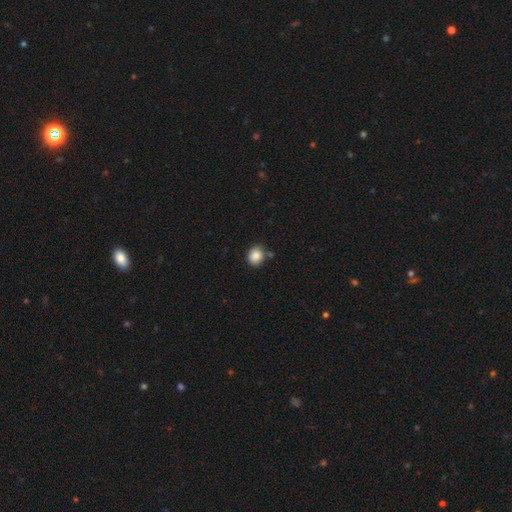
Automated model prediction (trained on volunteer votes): Smooth or featured? smooth (87%)
How rounded? round (68%)
Merging? none (72%)